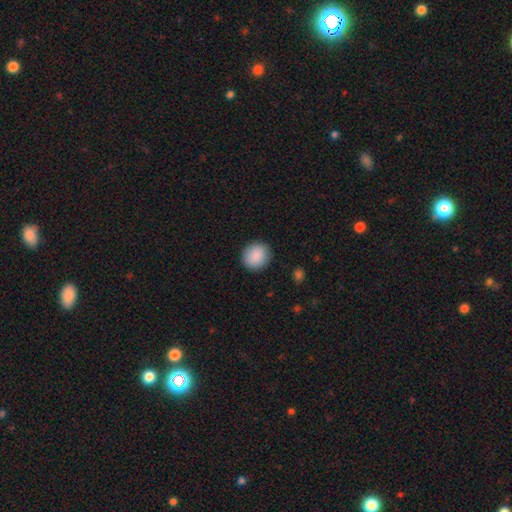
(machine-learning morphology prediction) Smooth or featured?
  - smooth: 89% *
  - star or artifact: 7%
  - featured or disk: 3%
How rounded?
  - round: 83% *
  - in between: 16%
  - cigar-shaped: 1%
Merging?
  - none: 90% *
  - minor disturbance: 7%
  - major disturbance: 2%
  - merger: 1%